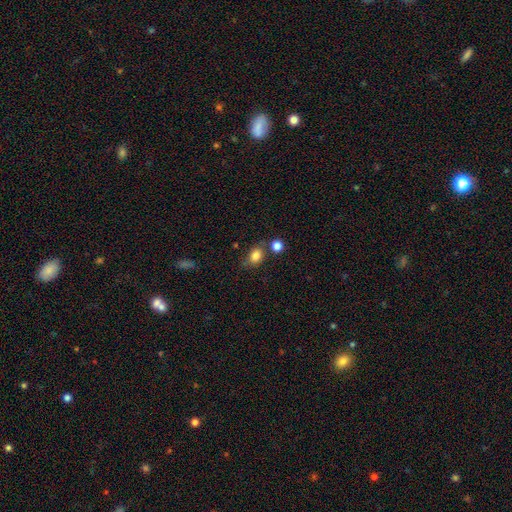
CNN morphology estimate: This is clearly a smooth galaxy (83%). How rounded: possibly in between (57%). Merging: likely none (67%).